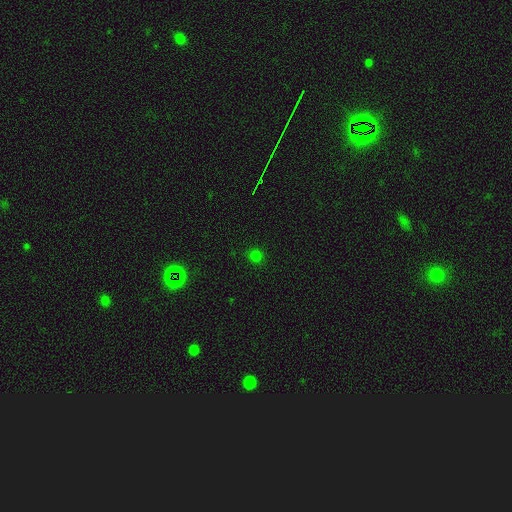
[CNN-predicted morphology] A smooth galaxy with no disk features (73%) that is round (91%).

Vote fractions:
- Smooth or featured? smooth: 73% / star or artifact: 23% / featured or disk: 4%
- How rounded? round: 91% / in between: 8% / cigar-shaped: 1%
- Merging? none: 89% / minor disturbance: 7% / major disturbance: 2% / merger: 1%